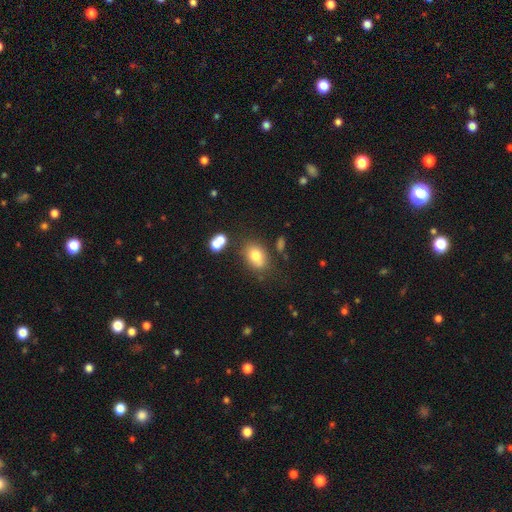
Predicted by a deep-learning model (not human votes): The model was most divided on "how rounded": in between: 73%, round: 26%, cigar-shaped: 1%. More confident: smooth or featured — smooth (76%); merging — none (70%).